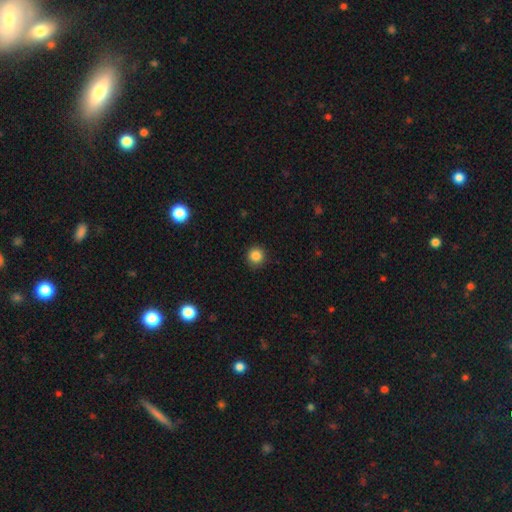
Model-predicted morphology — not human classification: smooth_or_featured: smooth (p=0.86) [alt: star or artifact p=0.11]
how_rounded: round (p=0.94) [alt: in between p=0.05]
merging: none (p=0.91) [alt: minor disturbance p=0.06]